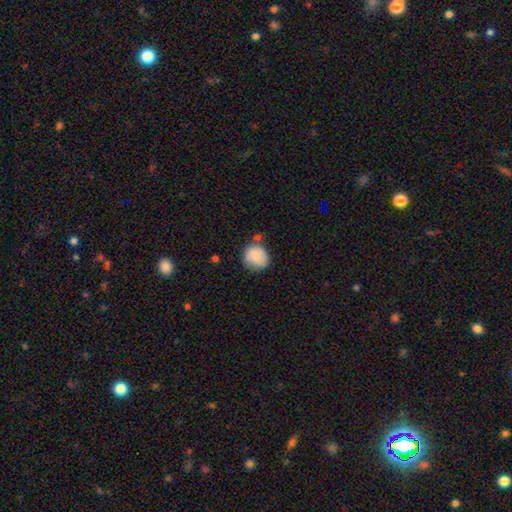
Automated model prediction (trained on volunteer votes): A smooth galaxy with no disk features (82%) that is round (77%). Merging: none (55%).